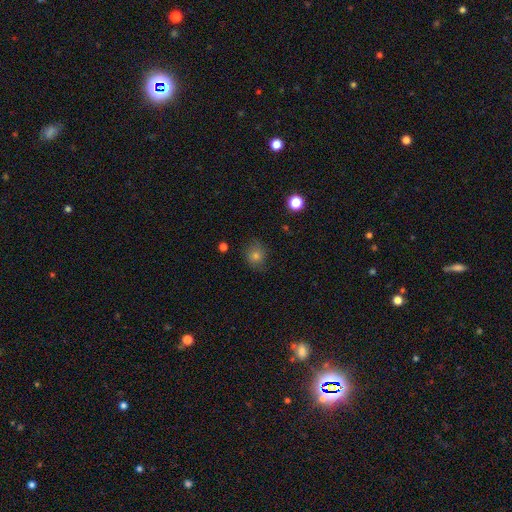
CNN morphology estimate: type=smooth (74%); roundness=round (80%); merging=none (77%).